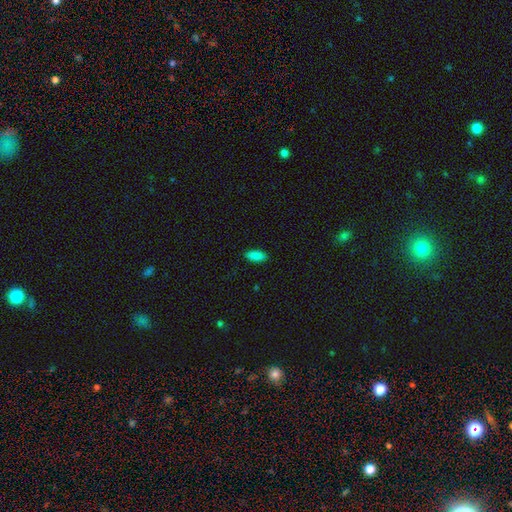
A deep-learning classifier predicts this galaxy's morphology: Overall: smooth (88%). How rounded: in between (86%). Merging: none (88%).